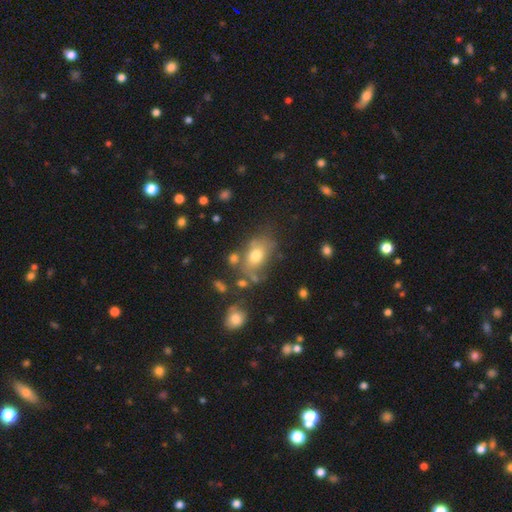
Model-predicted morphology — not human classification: Smooth or featured? smooth (68%)
How rounded? in between (78%)
Merging? none (54%)